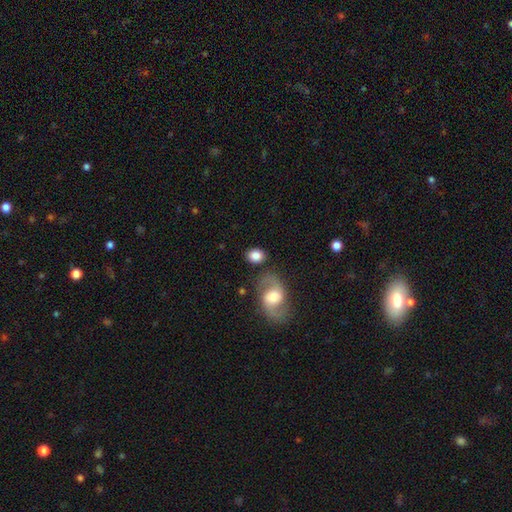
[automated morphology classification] Smooth or featured: smooth — 79% (featured or disk — 14%)
How rounded: in between — 56% (round — 42%)
Merging: none — 75% (minor disturbance — 13%)